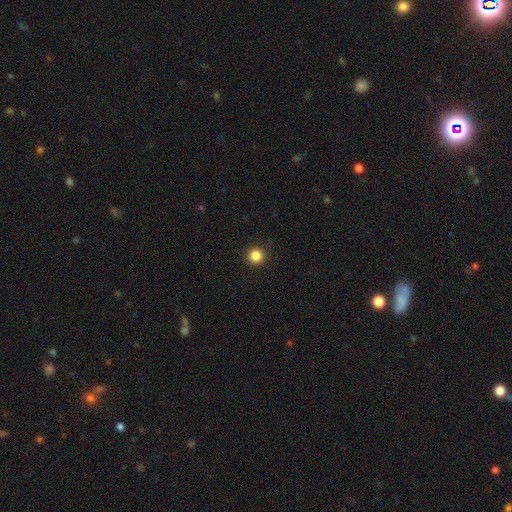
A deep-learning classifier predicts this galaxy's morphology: A smooth galaxy with no disk features (85%) that is round (96%).

Vote fractions:
- Smooth or featured? smooth: 85% / star or artifact: 11% / featured or disk: 3%
- How rounded? round: 96% / in between: 3% / cigar-shaped: 1%
- Merging? none: 92% / minor disturbance: 5% / major disturbance: 2% / merger: 1%